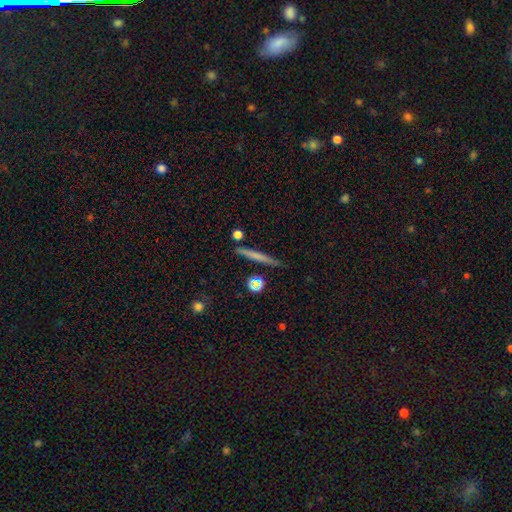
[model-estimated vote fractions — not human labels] Smooth or featured: smooth — 59% (featured or disk — 33%)
How rounded: cigar-shaped — 92% (round — 4%)
Merging: none — 83% (minor disturbance — 11%)